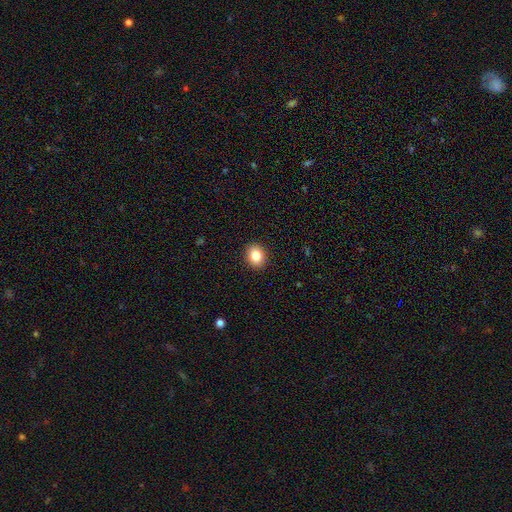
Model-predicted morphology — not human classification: This is clearly a smooth galaxy (84%). How rounded: possibly round (59%). Merging: clearly none (91%).